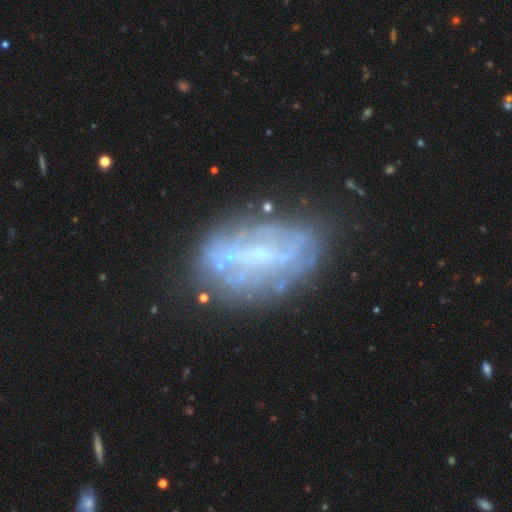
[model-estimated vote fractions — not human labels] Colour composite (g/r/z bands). It shows a featured or disk galaxy (70%) with no bar (41%), no spiral arms (58%) and a small central bulge (61%). Merging: none (61%).